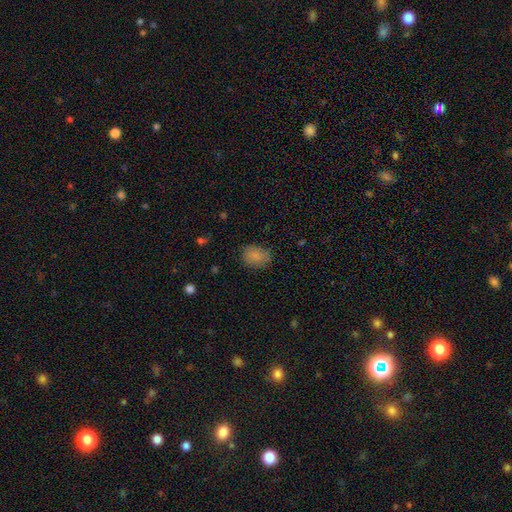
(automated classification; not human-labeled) smooth_or_featured: smooth (p=0.85) [alt: star or artifact p=0.09]
how_rounded: in between (p=0.64) [alt: round p=0.35]
merging: none (p=0.79) [alt: minor disturbance p=0.16]